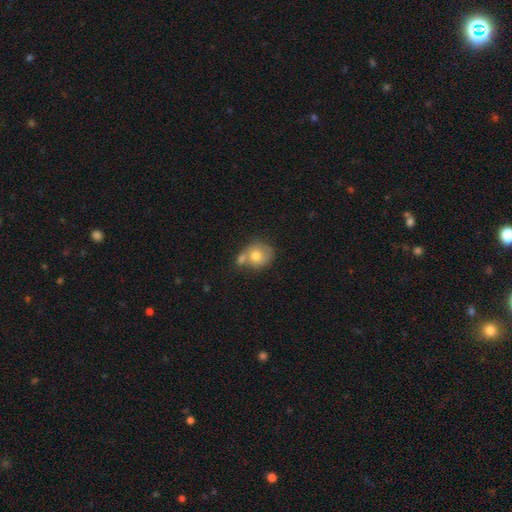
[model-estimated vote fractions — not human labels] smooth_or_featured: smooth (p=0.72) [alt: featured or disk p=0.20]
how_rounded: round (p=0.69) [alt: in between p=0.30]
merging: merger (p=0.45) [alt: none p=0.34]